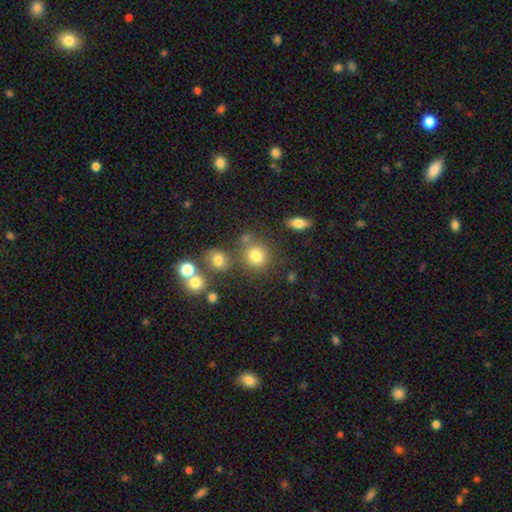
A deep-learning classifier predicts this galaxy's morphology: Q: Smooth or featured?
A: smooth (79%); runner-up: star or artifact (13%)
Q: How rounded?
A: round (79%); runner-up: in between (20%)
Q: Merging?
A: none (69%); runner-up: merger (14%)